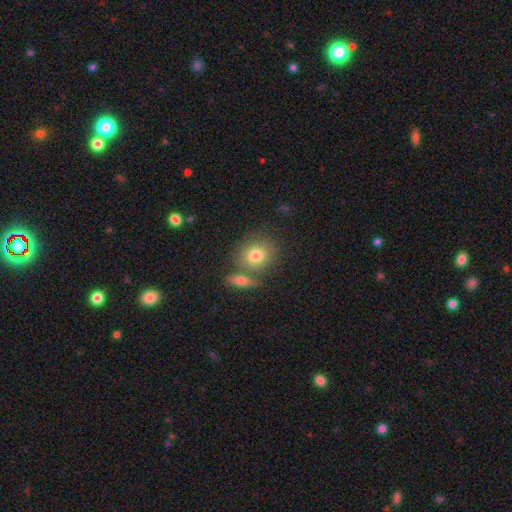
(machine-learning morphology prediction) A smooth galaxy with no disk features (76%) that is round (73%). Merging: none (63%).